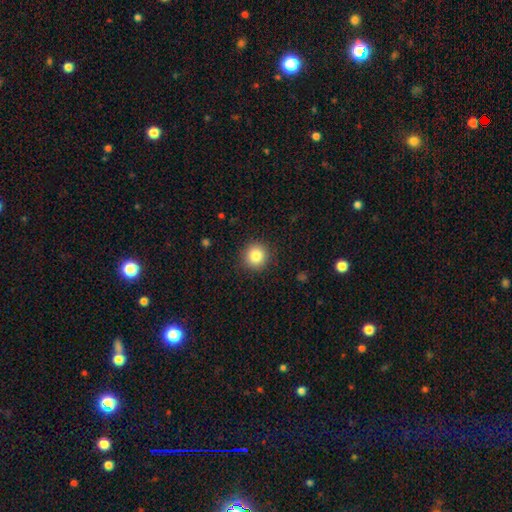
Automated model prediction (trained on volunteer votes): Smooth or featured?
  - smooth: 84% *
  - star or artifact: 10%
  - featured or disk: 6%
How rounded?
  - round: 94% *
  - in between: 5%
  - cigar-shaped: 1%
Merging?
  - none: 90% *
  - minor disturbance: 7%
  - major disturbance: 2%
  - merger: 1%